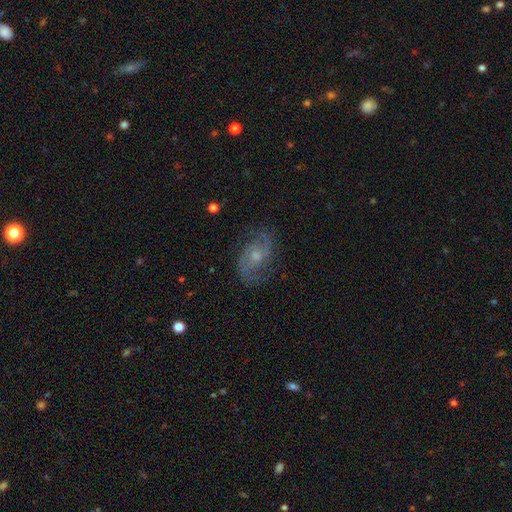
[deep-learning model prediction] Q: Smooth or featured?
A: featured or disk (80%); runner-up: smooth (12%)
Q: Edge-on disk?
A: no (97%); runner-up: yes (3%)
Q: Bar?
A: no (62%); runner-up: weak (33%)
Q: Spiral arms?
A: yes (95%); runner-up: no (5%)
Q: Spiral winding?
A: medium (51%); runner-up: loose (28%)
Q: Spiral arm count?
A: 2 (85%); runner-up: can't tell (7%)
Q: Bulge size?
A: small (50%); runner-up: moderate (42%)
Q: Merging?
A: none (76%); runner-up: minor disturbance (16%)